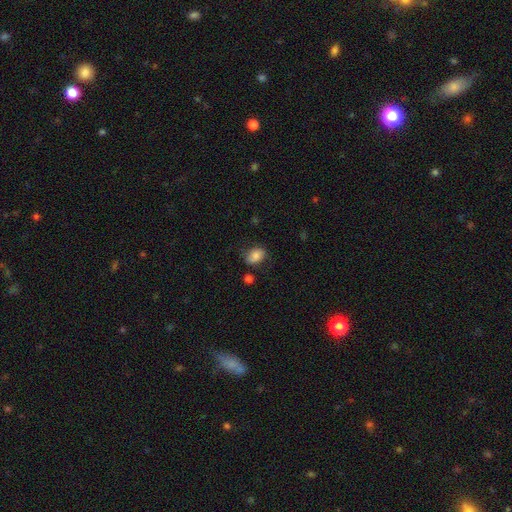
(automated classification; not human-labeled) Smooth or featured: smooth — 80% (featured or disk — 11%)
How rounded: in between — 74% (round — 24%)
Merging: none — 70% (minor disturbance — 21%)